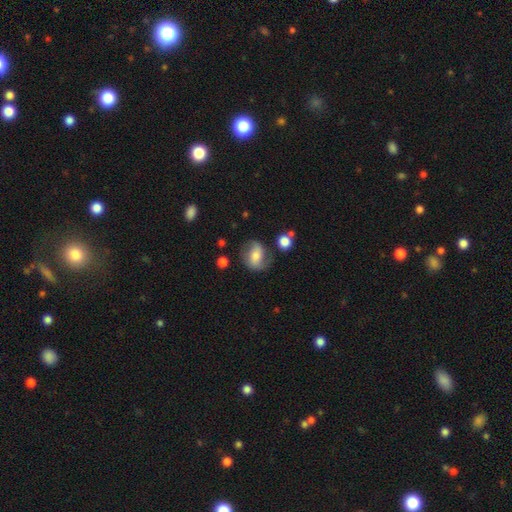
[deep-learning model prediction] smooth_or_featured: featured or disk (p=0.54) [alt: smooth p=0.37]
disk_edge_on: no (p=0.96) [alt: yes p=0.04]
bar: weak (p=0.37) [alt: no p=0.35]
has_spiral_arms: yes (p=0.83) [alt: no p=0.17]
bulge_size: moderate (p=0.50) [alt: small p=0.32]
merging: none (p=0.68) [alt: minor disturbance p=0.19]